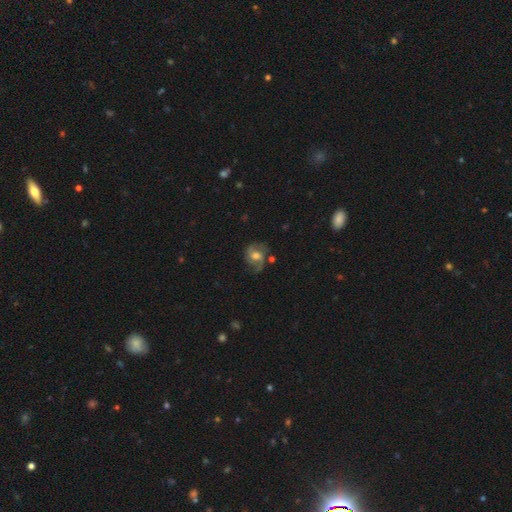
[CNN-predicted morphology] featured or disk 70%, smooth 21%, star or artifact 8%. Down the decision tree: edge-on disk — no (97%); bar — no (50%); spiral arms — yes (91%); spiral arm count — 2 (75%); spiral winding — medium (50%); bulge size — moderate (65%); merging — none (65%).